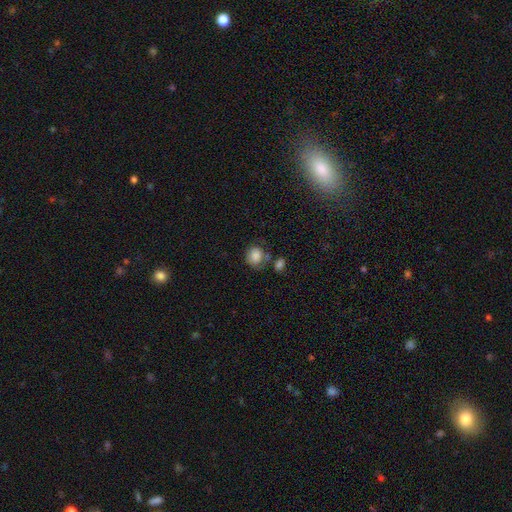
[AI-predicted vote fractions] Morphology: type=smooth (80%); roundness=round (71%); merging=none (48%).